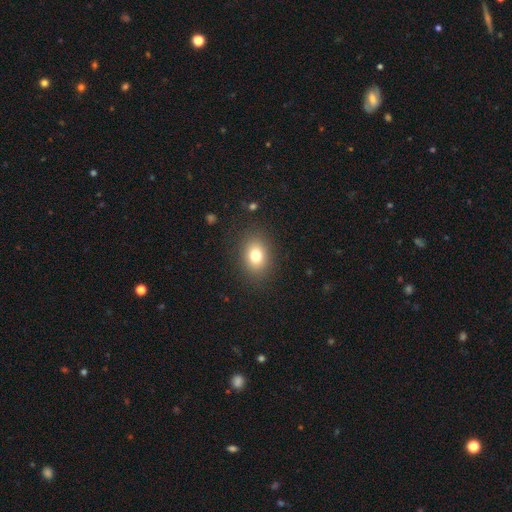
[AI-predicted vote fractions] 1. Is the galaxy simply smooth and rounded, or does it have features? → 77% smooth, 12% star or artifact, 11% featured or disk.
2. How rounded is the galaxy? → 61% in between, 38% round, 1% cigar-shaped.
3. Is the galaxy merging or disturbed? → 87% none, 8% minor disturbance, 4% major disturbance, 1% merger.